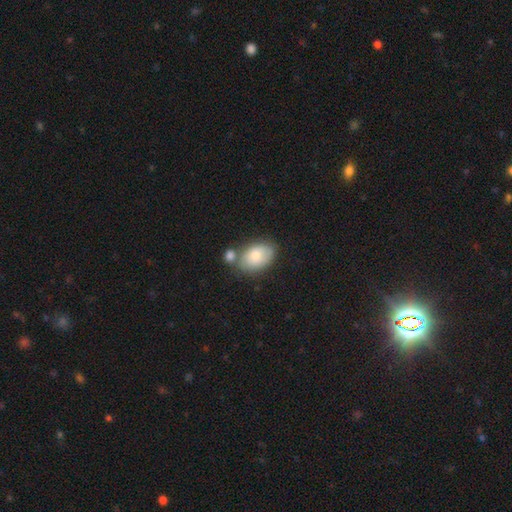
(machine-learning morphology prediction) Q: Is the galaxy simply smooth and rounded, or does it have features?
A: smooth — 74%.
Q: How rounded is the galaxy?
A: in between — 88%.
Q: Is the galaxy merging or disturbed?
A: none — 54%.